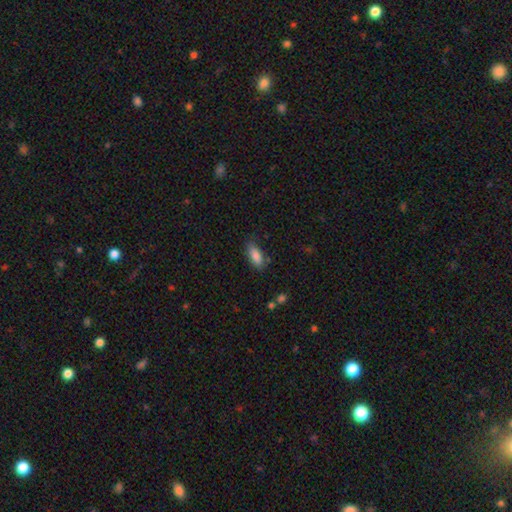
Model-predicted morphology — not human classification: Smooth or featured? Predicted: smooth (p=0.86). How rounded? Predicted: in between (p=0.85). Merging? Predicted: none (p=0.76).